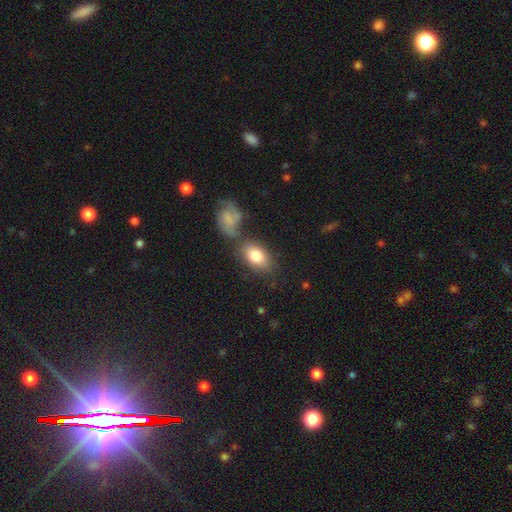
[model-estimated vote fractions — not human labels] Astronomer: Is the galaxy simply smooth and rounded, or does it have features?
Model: smooth — 80%.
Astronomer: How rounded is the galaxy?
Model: in between — 86%.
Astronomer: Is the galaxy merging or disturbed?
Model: none — 56%.